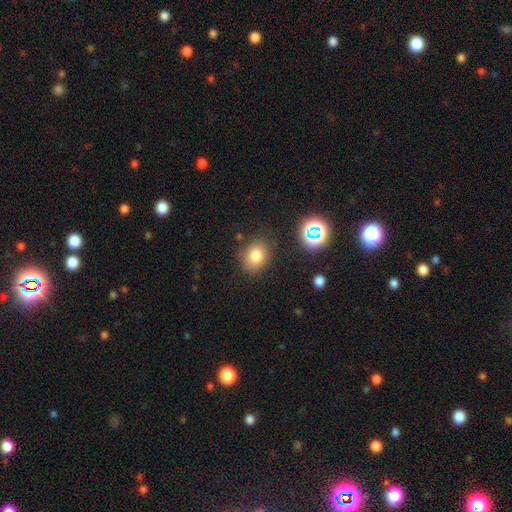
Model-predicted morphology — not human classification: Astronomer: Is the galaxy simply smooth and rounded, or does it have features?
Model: smooth — 78%.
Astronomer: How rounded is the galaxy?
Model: round — 51% (runner-up: in between, 48%).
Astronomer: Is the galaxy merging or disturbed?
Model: none — 81%.